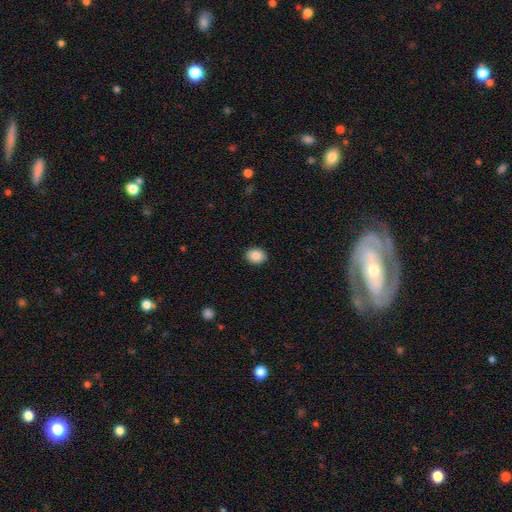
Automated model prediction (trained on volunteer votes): Q: Smooth or featured?
A: smooth (87%); runner-up: star or artifact (8%)
Q: How rounded?
A: in between (57%); runner-up: round (42%)
Q: Merging?
A: none (90%); runner-up: minor disturbance (7%)